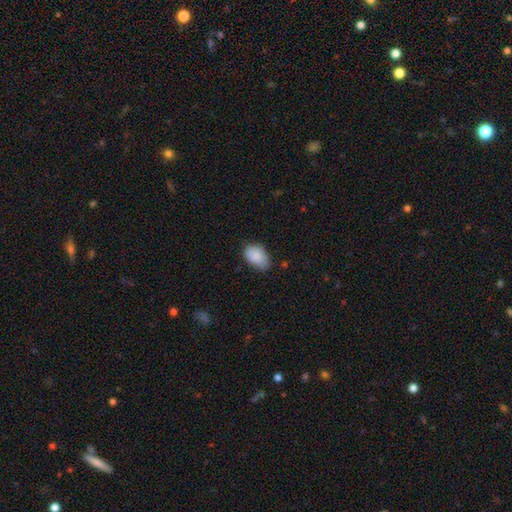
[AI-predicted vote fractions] Smooth or featured? Predicted: smooth (p=0.87). How rounded? Predicted: in between (p=0.87). Merging? Predicted: none (p=0.60).